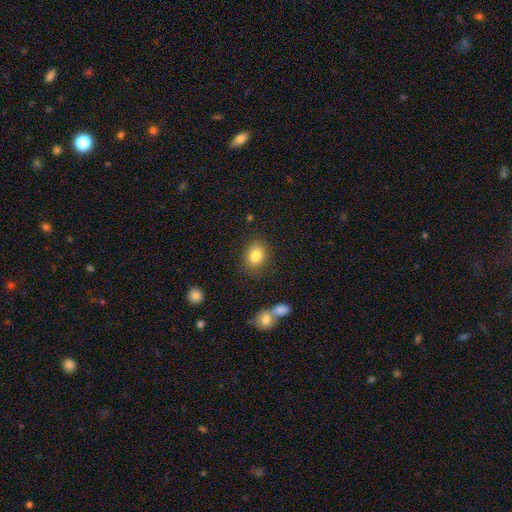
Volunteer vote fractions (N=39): This is clearly a smooth galaxy (82%). How rounded: likely in between (69%). Merging: clearly none (86%).